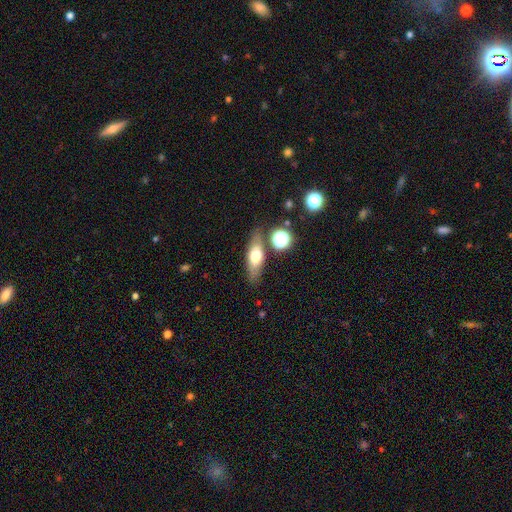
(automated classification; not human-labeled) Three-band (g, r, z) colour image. It shows a smooth galaxy with no disk features (55%) that is in between round and cigar-shaped (54%). Merging: none (77%).